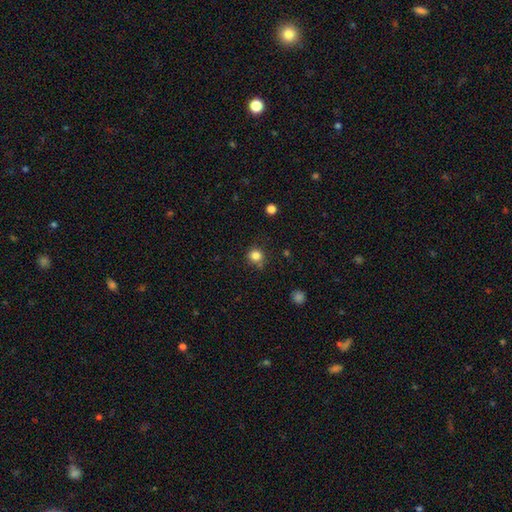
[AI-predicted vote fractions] Smooth or featured? Predicted: smooth (p=0.83). How rounded? Predicted: round (p=0.92). Merging? Predicted: none (p=0.78).